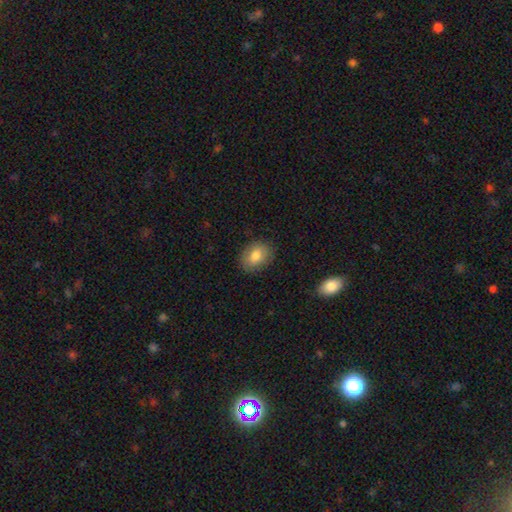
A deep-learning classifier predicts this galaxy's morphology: A smooth galaxy with no disk features (78%) that is in between round and cigar-shaped (67%). Merging: none (84%).